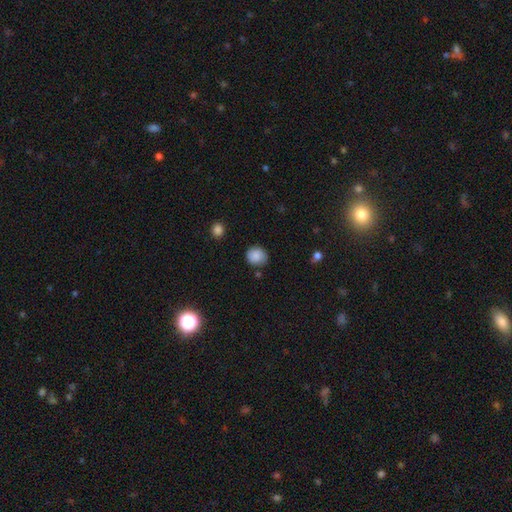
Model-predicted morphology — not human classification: A smooth galaxy with no disk features (84%) that is round (81%). Merging: none (80%).